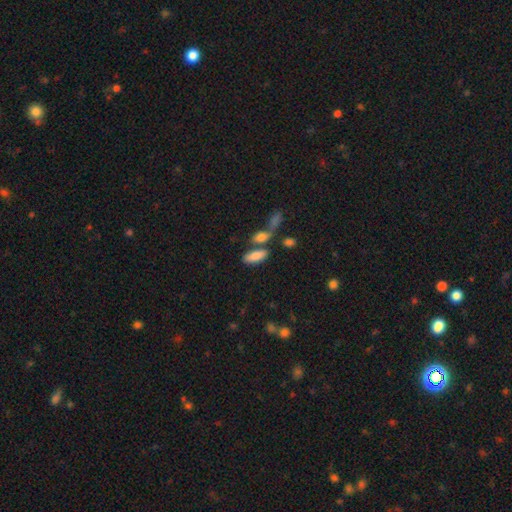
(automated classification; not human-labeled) smooth-or-featured: smooth: 83% | featured or disk: 10% | star or artifact: 8%
  how-rounded: in between: 78% | cigar-shaped: 20% | round: 3%
  merging: none: 57% | merger: 25% | minor disturbance: 12% | major disturbance: 5%